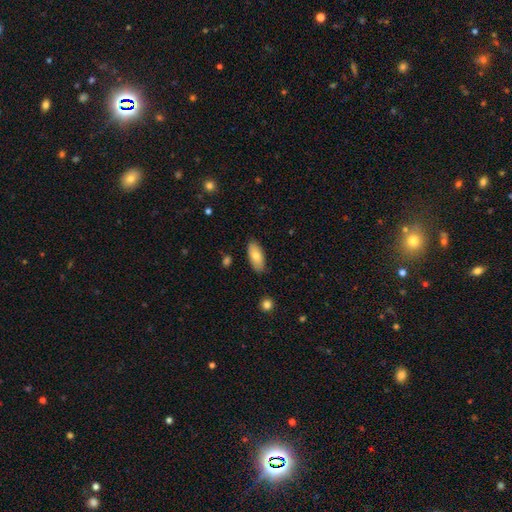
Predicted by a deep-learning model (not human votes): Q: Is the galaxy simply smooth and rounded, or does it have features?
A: smooth — 75%.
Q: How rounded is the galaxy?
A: in between — 90%.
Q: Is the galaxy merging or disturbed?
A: none — 84%.